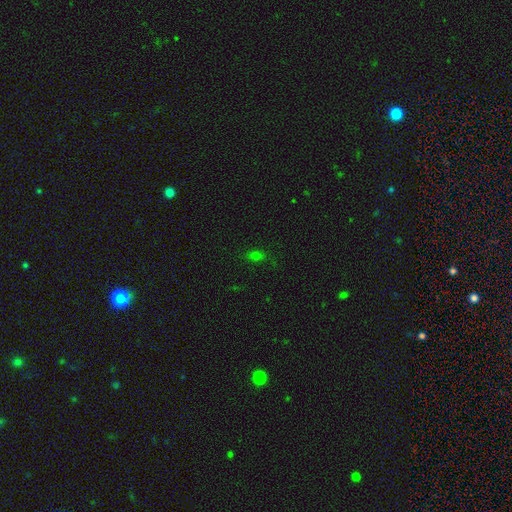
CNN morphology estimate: Q: Smooth or featured?
A: smooth (64%); runner-up: star or artifact (26%)
Q: How rounded?
A: in between (61%); runner-up: round (34%)
Q: Merging?
A: none (82%); runner-up: minor disturbance (13%)